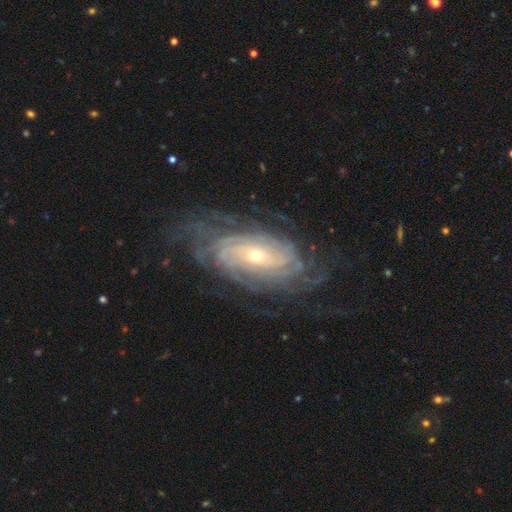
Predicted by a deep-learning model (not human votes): Overall: featured or disk (88%). Edge-on disk: no (93%). Bar: no (60%; weak 28%). Spiral arms: yes (95%). Spiral arm count: can't tell (42%; more than 4 18%). Spiral winding: tight (76%). Bulge size: small (63%; moderate 33%). Merging: none (73%).